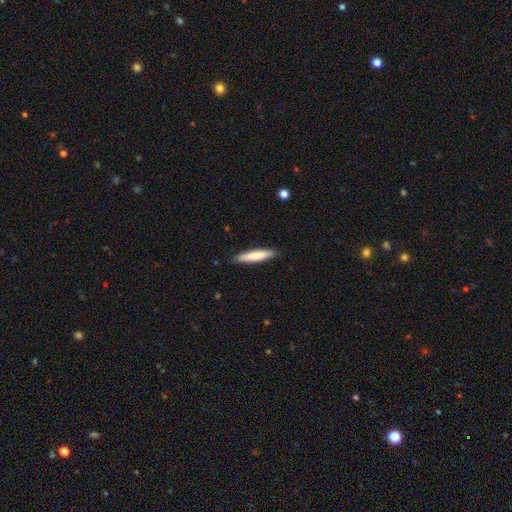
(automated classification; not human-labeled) Q: Smooth or featured?
A: smooth (77%); runner-up: featured or disk (18%)
Q: How rounded?
A: cigar-shaped (85%); runner-up: in between (14%)
Q: Merging?
A: none (88%); runner-up: minor disturbance (9%)